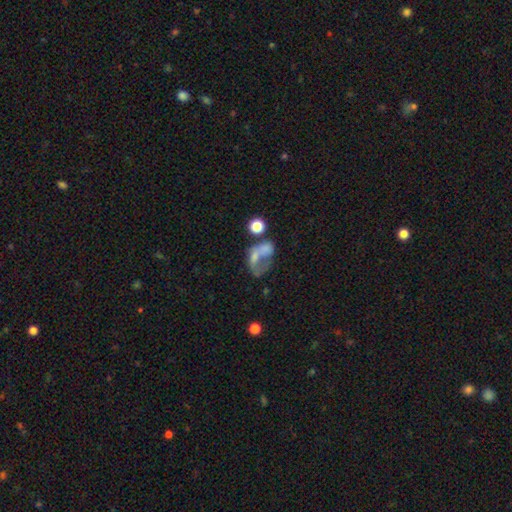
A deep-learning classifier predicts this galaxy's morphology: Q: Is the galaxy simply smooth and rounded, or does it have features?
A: smooth — 41%, tied with featured or disk.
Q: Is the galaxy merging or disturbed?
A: merger — 37%.